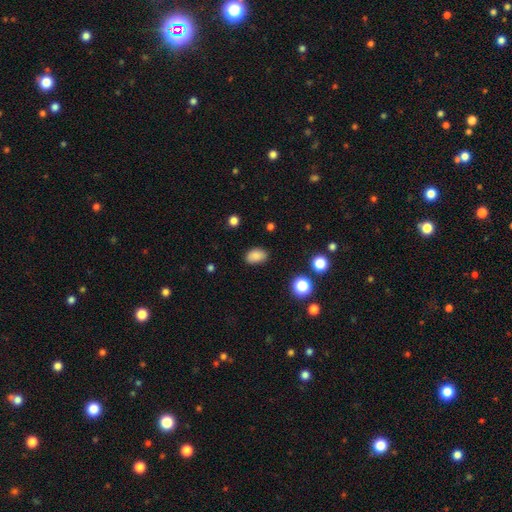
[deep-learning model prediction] Overall: smooth (84%). How rounded: in between (85%). Merging: none (83%).